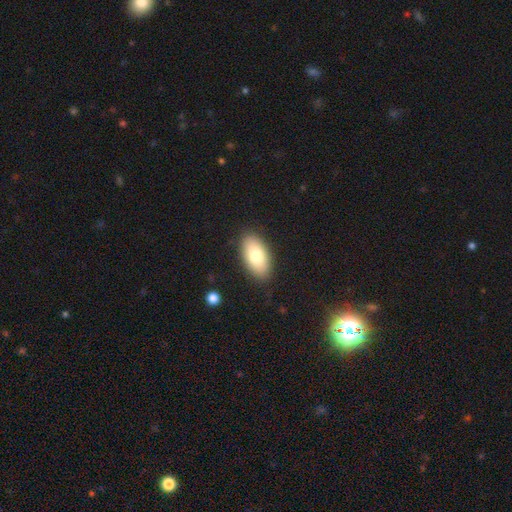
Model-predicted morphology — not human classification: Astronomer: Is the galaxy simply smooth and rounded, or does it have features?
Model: smooth — 78%.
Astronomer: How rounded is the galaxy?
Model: in between — 94%.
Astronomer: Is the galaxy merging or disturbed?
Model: none — 87%.